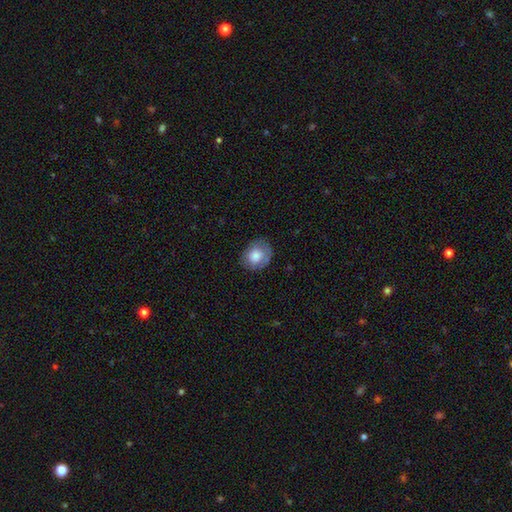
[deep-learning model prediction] The model was most divided on "how rounded": round: 63%, in between: 37%, cigar-shaped: 1%. More confident: smooth or featured — smooth (75%); merging — none (73%).